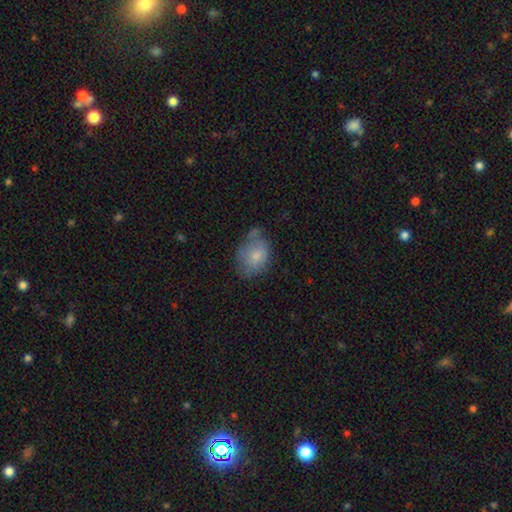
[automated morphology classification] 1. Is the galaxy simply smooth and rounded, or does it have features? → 75% smooth, 17% featured or disk, 8% star or artifact.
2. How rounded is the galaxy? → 66% in between, 33% round, 1% cigar-shaped.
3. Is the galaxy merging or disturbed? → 49% none, 32% minor disturbance, 11% major disturbance, 8% merger.